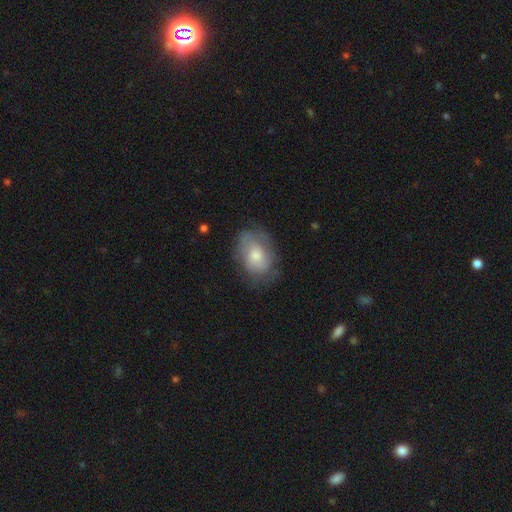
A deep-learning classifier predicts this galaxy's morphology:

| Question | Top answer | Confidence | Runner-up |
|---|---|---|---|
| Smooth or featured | smooth | 55% | featured or disk (37%) |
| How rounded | in between | 74% | round (24%) |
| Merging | none | 64% | minor disturbance (25%) |